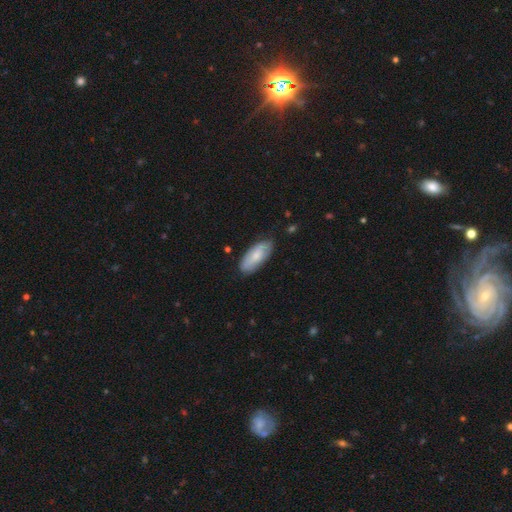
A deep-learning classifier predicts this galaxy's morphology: Overall: smooth (66%; featured or disk 29%). How rounded: in between (84%). Merging: none (79%).